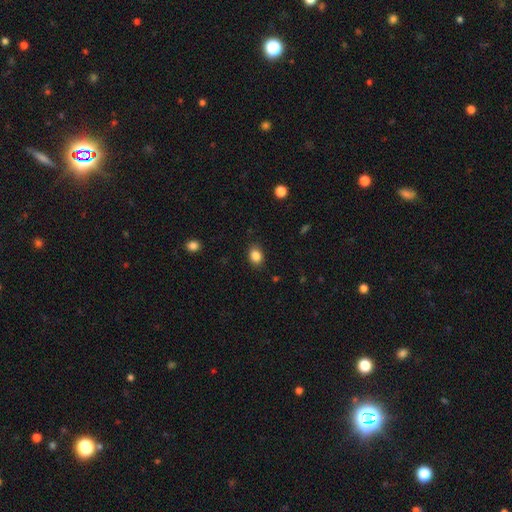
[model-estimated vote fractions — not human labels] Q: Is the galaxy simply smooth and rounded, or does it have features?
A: smooth — 85%.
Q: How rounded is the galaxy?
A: in between — 63%.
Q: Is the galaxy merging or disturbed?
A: none — 86%.